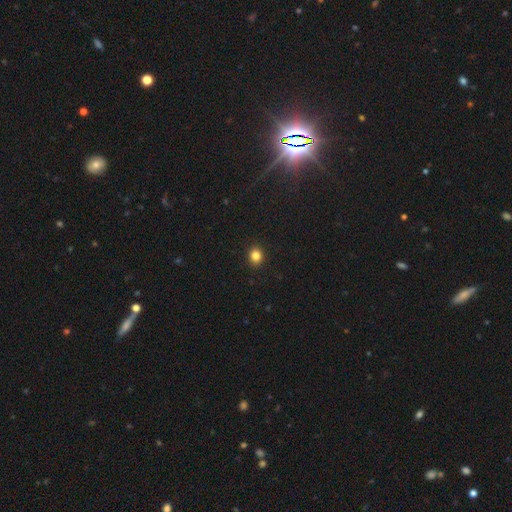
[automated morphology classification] Smooth or featured? smooth (84%)
How rounded? round (70%)
Merging? none (92%)